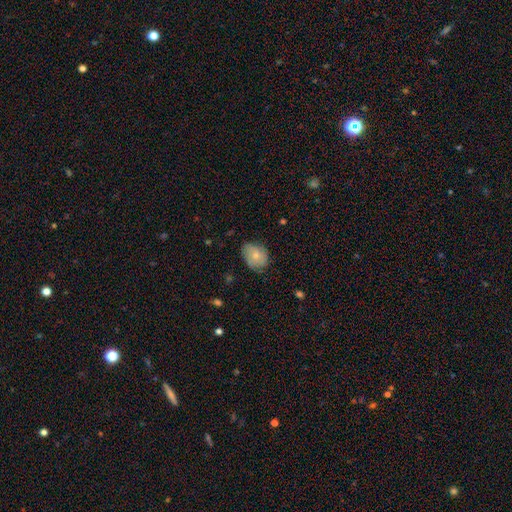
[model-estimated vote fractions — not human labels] Smooth or featured? Predicted: smooth (p=0.70). How rounded? Predicted: in between (p=0.65). Merging? Predicted: none (p=0.67).